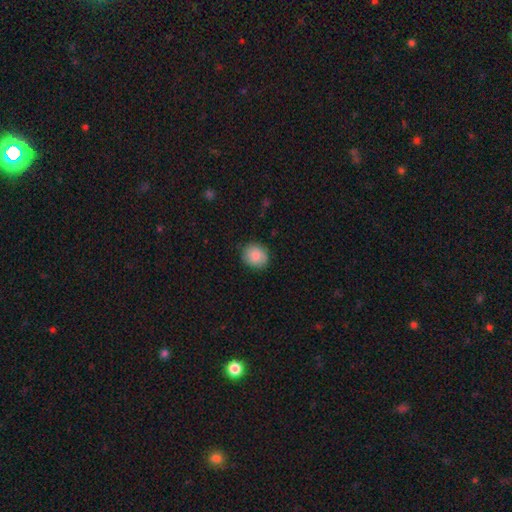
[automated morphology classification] A smooth galaxy with no disk features (85%) that is round (75%).

Vote fractions:
- Smooth or featured? smooth: 85% / star or artifact: 7% / featured or disk: 7%
- How rounded? round: 75% / in between: 24% / cigar-shaped: 1%
- Merging? none: 84% / minor disturbance: 13% / major disturbance: 3% / merger: 1%